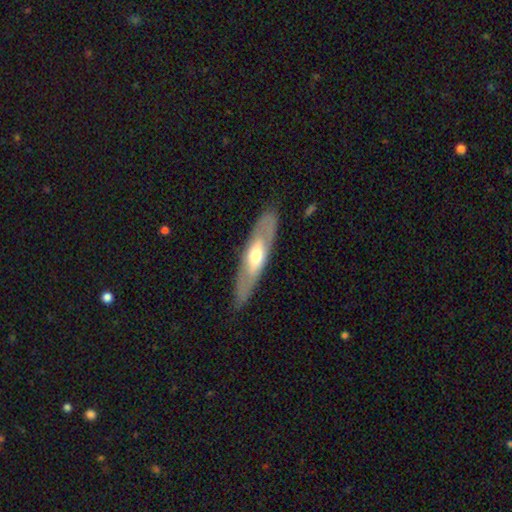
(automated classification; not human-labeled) Smooth or featured? featured or disk (56%)
Edge-on disk? yes (51%)
Merging? none (82%)